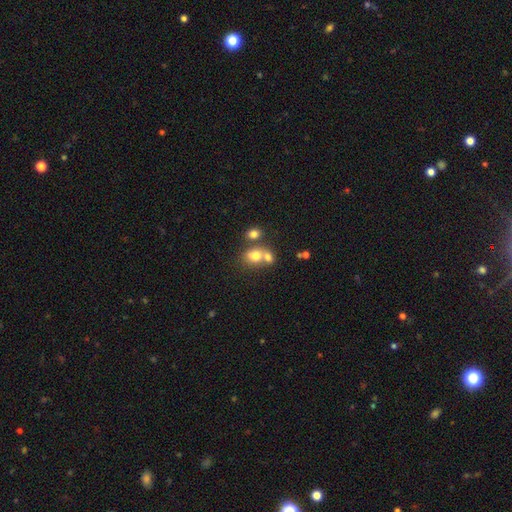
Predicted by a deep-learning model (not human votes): Overall: smooth (73%). How rounded: round (55%; in between 44%). Merging: merger (54%; none 34%).